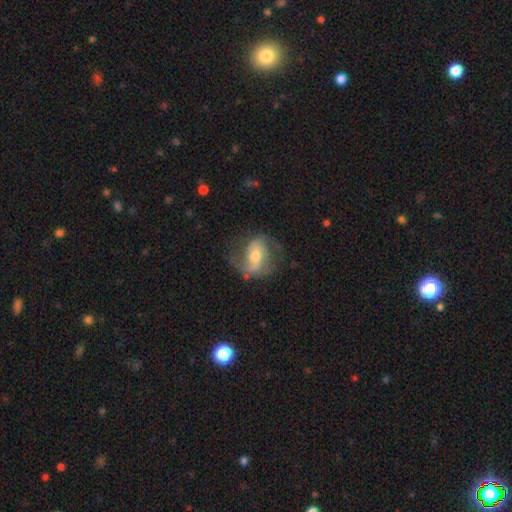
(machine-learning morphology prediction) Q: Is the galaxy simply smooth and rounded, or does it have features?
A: featured or disk — 75%.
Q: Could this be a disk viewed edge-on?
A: no — 96%.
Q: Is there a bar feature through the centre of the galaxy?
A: weak — 41%.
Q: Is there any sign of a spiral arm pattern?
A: yes — 90%.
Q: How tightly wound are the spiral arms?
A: medium — 44%.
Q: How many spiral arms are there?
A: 2 — 79%.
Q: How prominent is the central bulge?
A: moderate — 57%.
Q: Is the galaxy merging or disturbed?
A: none — 62%.